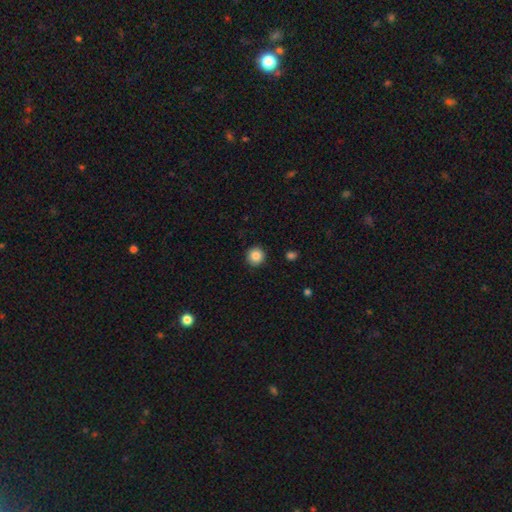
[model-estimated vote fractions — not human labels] Smooth or featured?
  - smooth: 86% *
  - star or artifact: 10%
  - featured or disk: 4%
How rounded?
  - round: 95% *
  - in between: 4%
  - cigar-shaped: 1%
Merging?
  - none: 92% *
  - minor disturbance: 5%
  - major disturbance: 2%
  - merger: 1%